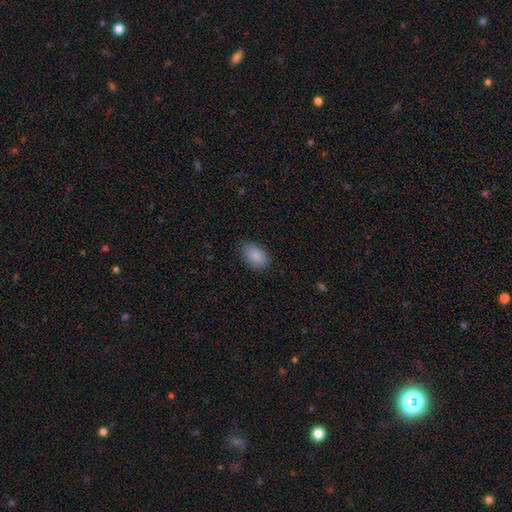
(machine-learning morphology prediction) Q: Smooth or featured?
A: smooth (88%); runner-up: star or artifact (7%)
Q: How rounded?
A: in between (90%); runner-up: round (9%)
Q: Merging?
A: none (82%); runner-up: minor disturbance (14%)